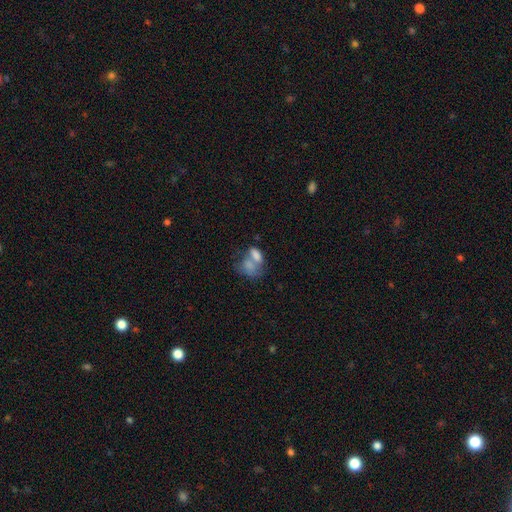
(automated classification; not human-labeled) Smooth or featured?
  - smooth: 74% *
  - featured or disk: 17%
  - star or artifact: 9%
How rounded?
  - in between: 83% *
  - round: 14%
  - cigar-shaped: 3%
Merging?
  - merger: 63% *
  - none: 19%
  - minor disturbance: 9%
  - major disturbance: 9%